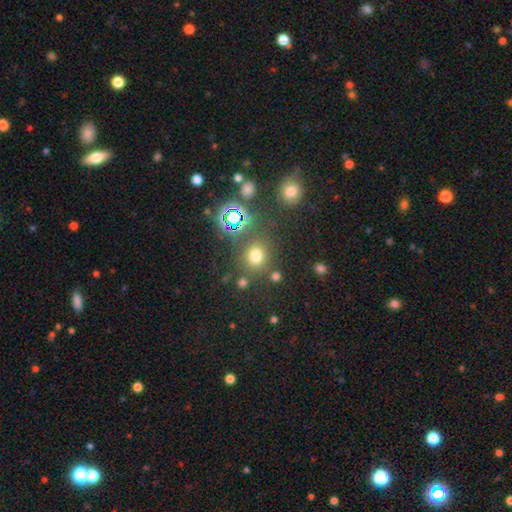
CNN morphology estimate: smooth_or_featured: smooth (p=0.66) [alt: star or artifact p=0.27]
how_rounded: round (p=0.79) [alt: in between p=0.20]
merging: none (p=0.76) [alt: minor disturbance p=0.10]